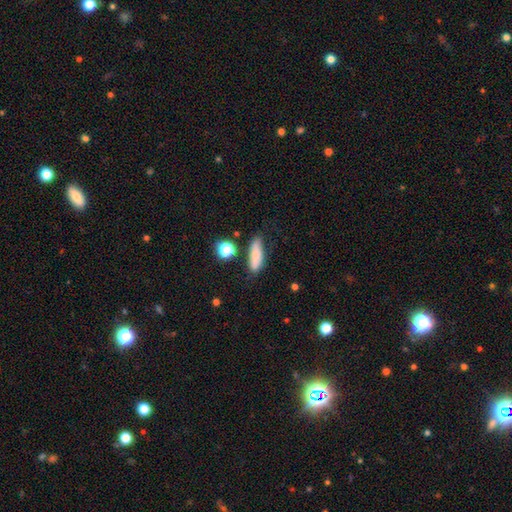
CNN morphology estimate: Smooth or featured: smooth — 79% (featured or disk — 12%)
How rounded: in between — 54% (cigar-shaped — 42%)
Merging: none — 71% (minor disturbance — 19%)